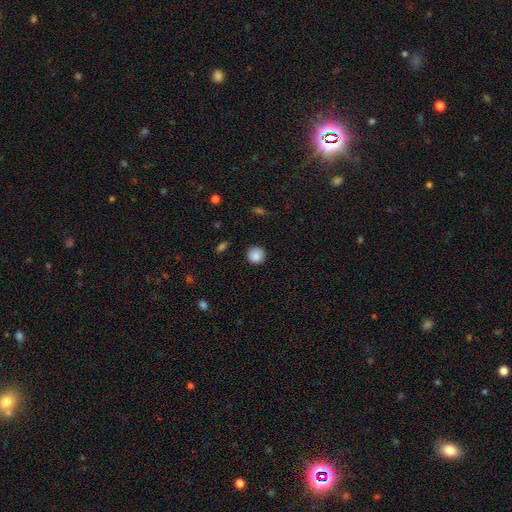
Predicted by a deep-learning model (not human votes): Smooth or featured? Predicted: smooth (p=0.87). How rounded? Predicted: round (p=0.94). Merging? Predicted: none (p=0.90).